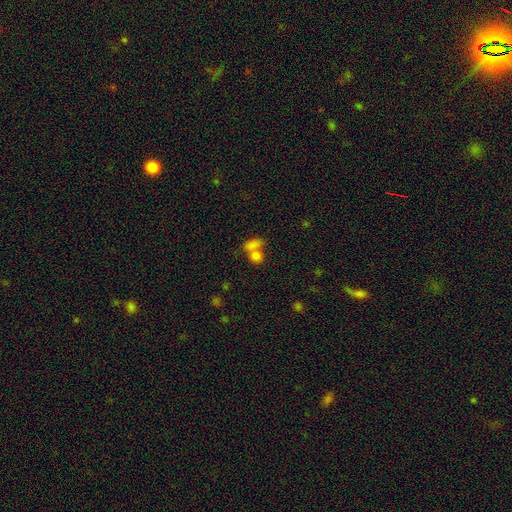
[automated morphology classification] Smooth or featured?
  - smooth: 79% *
  - star or artifact: 12%
  - featured or disk: 9%
How rounded?
  - in between: 50% *
  - round: 47%
  - cigar-shaped: 3%
Merging?
  - merger: 53% *
  - none: 35%
  - minor disturbance: 8%
  - major disturbance: 5%